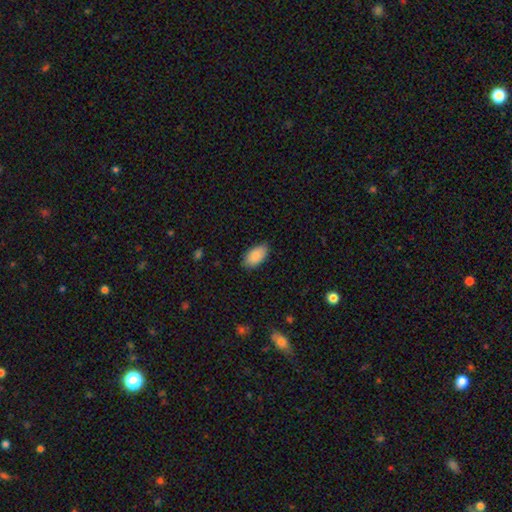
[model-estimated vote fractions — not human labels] The model was most divided on "merging": none: 83%, minor disturbance: 14%, major disturbance: 2%, merger: 1%. More confident: how rounded — in between (95%); smooth or featured — smooth (89%).